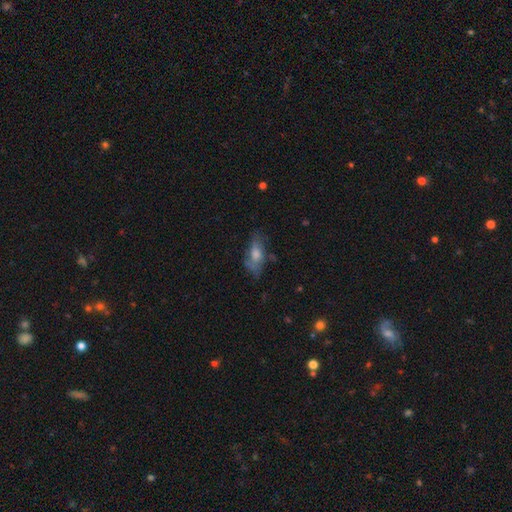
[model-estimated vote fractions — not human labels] Smooth or featured: smooth — 45% (featured or disk — 43%)
Merging: none — 57% (minor disturbance — 26%)